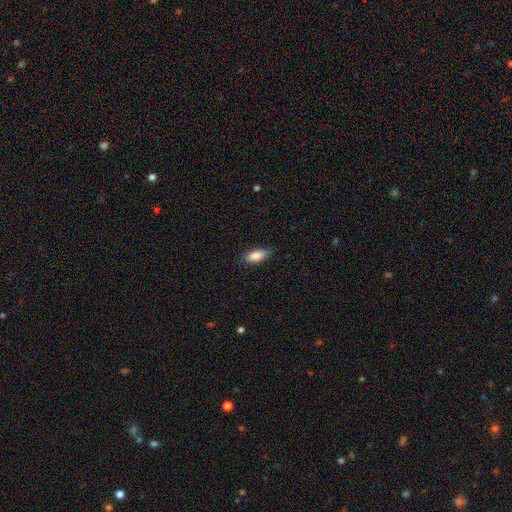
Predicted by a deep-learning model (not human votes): Smooth or featured? Predicted: smooth (p=0.85). How rounded? Predicted: in between (p=0.77). Merging? Predicted: none (p=0.81).